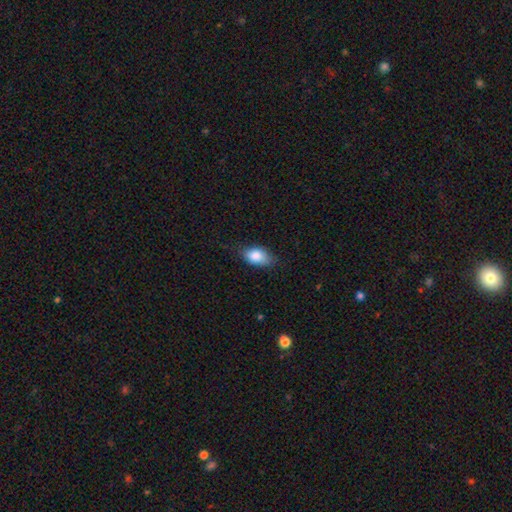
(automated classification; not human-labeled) A smooth galaxy with no disk features (85%) that is in between round and cigar-shaped (88%). Merging: none (70%).